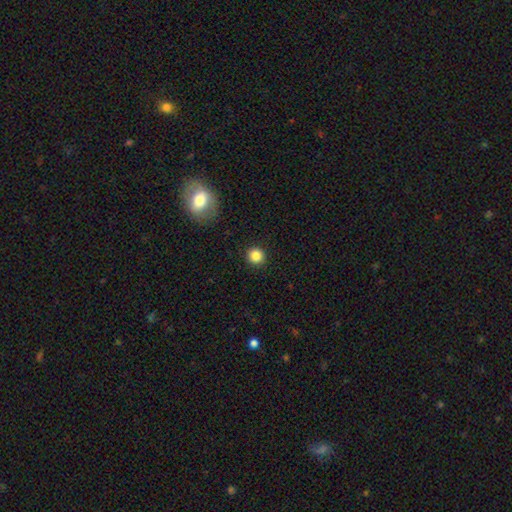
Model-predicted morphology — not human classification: smooth_or_featured: smooth (p=0.85) [alt: star or artifact p=0.11]
how_rounded: round (p=0.94) [alt: in between p=0.05]
merging: none (p=0.93) [alt: minor disturbance p=0.05]